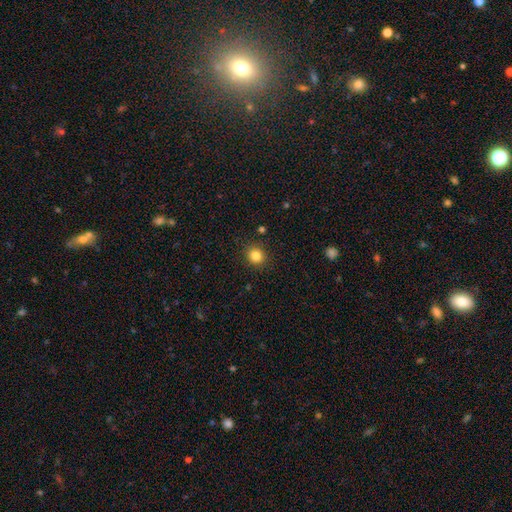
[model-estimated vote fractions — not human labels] Q: Smooth or featured?
A: smooth (84%); runner-up: star or artifact (11%)
Q: How rounded?
A: round (86%); runner-up: in between (13%)
Q: Merging?
A: none (90%); runner-up: minor disturbance (6%)